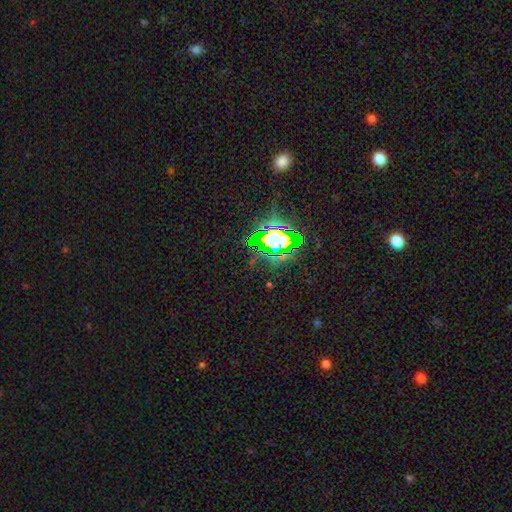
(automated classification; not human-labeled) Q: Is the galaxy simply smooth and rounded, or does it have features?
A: star or artifact — 74%.